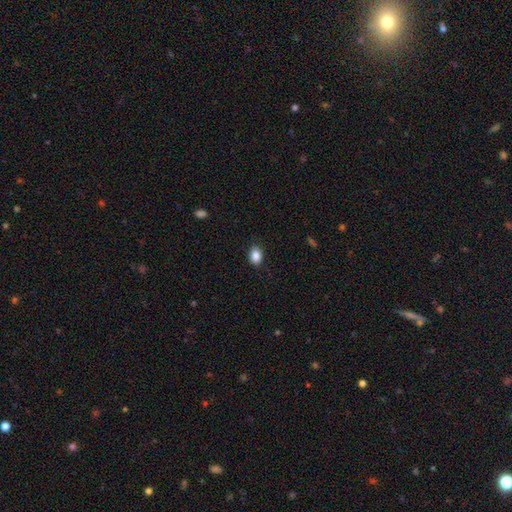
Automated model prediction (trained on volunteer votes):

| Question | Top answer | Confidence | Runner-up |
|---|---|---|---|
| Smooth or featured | smooth | 87% | star or artifact (8%) |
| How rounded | in between | 75% | round (24%) |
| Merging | none | 85% | minor disturbance (12%) |